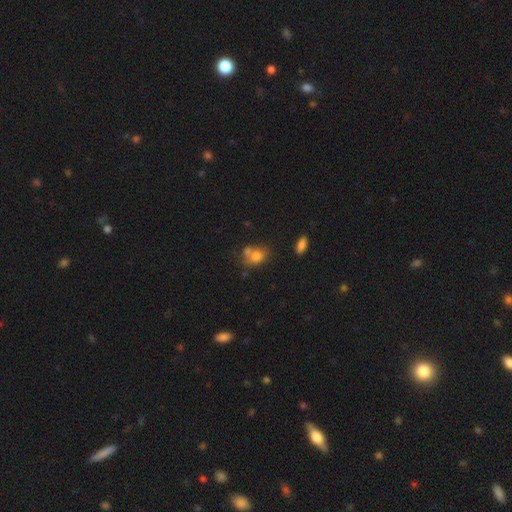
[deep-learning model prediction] Smooth or featured? smooth (74%)
How rounded? in between (57%)
Merging? none (41%)